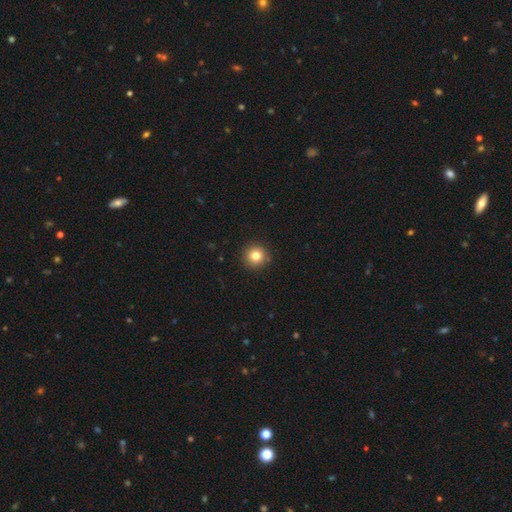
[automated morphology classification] This appears to be a smooth galaxy with no disk features (81%) that is round (95%). Merging: none (92%).